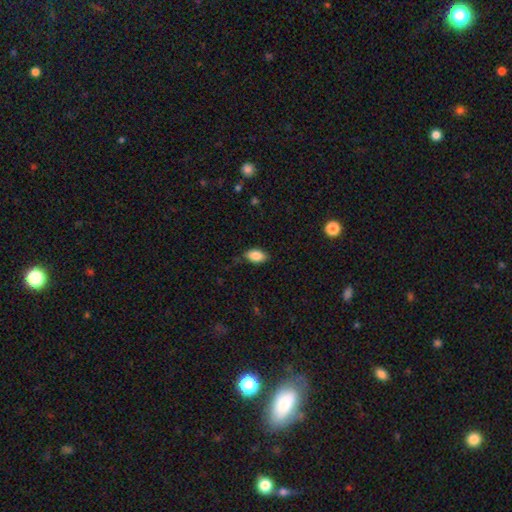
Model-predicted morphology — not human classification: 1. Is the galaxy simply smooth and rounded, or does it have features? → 85% smooth, 8% star or artifact, 7% featured or disk.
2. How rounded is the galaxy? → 91% in between, 6% round, 3% cigar-shaped.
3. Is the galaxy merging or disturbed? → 76% none, 19% minor disturbance, 4% major disturbance, 1% merger.